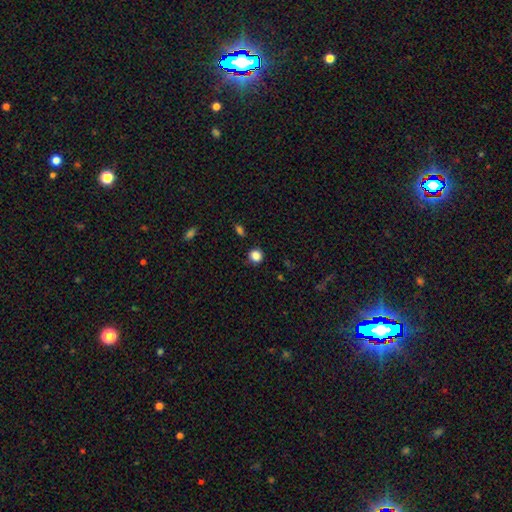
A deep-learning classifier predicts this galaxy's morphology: Smooth or featured: smooth — 85% (star or artifact — 12%)
How rounded: round — 88% (in between — 11%)
Merging: none — 86% (minor disturbance — 9%)